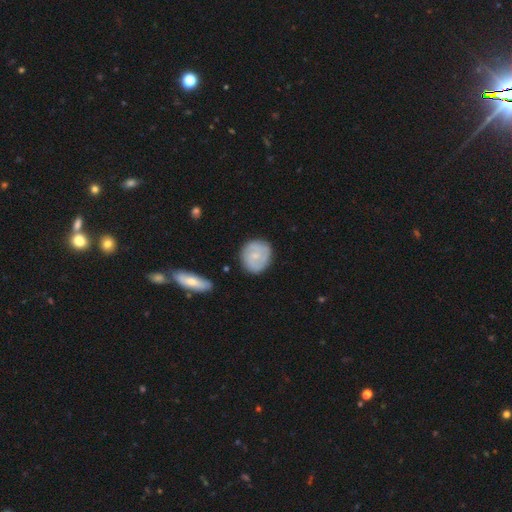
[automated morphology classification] Smooth or featured: featured or disk — 53% (smooth — 41%)
Edge-on disk: no — 97% (yes — 3%)
Bar: no — 71% (weak — 26%)
Spiral arms: yes — 79% (no — 21%)
Bulge size: small — 68% (moderate — 23%)
Merging: none — 80% (minor disturbance — 14%)